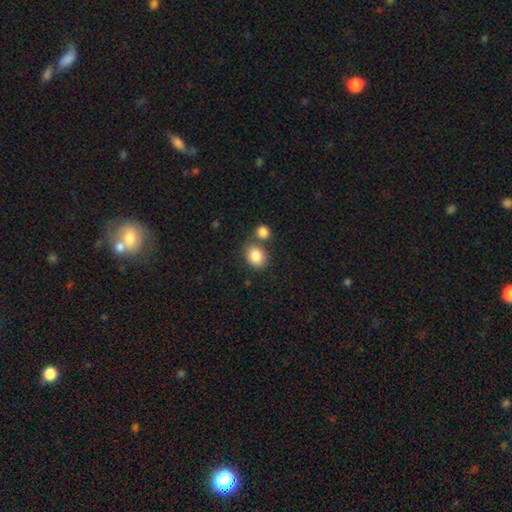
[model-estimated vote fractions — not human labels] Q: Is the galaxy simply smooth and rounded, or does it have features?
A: smooth — 86%.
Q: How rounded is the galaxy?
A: round — 59%.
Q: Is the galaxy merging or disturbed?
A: none — 56%.